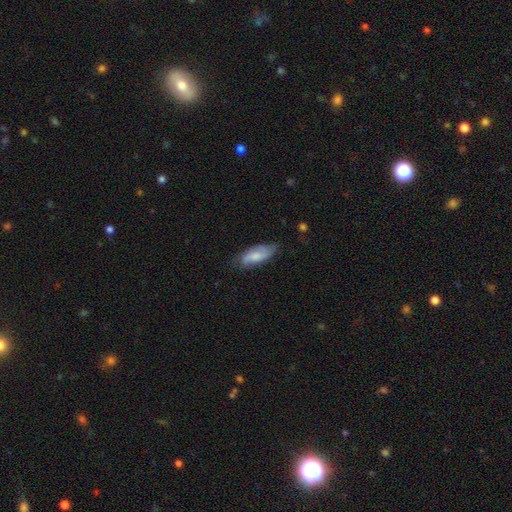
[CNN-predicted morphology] A smooth galaxy with no disk features (59%) that is in between round and cigar-shaped (72%). Merging: none (69%).